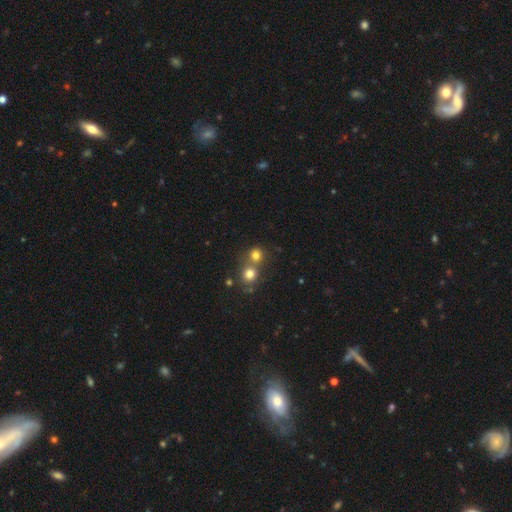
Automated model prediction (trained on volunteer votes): This is likely a smooth galaxy (75%). How rounded: clearly round (88%). Merging: possibly none (52%).